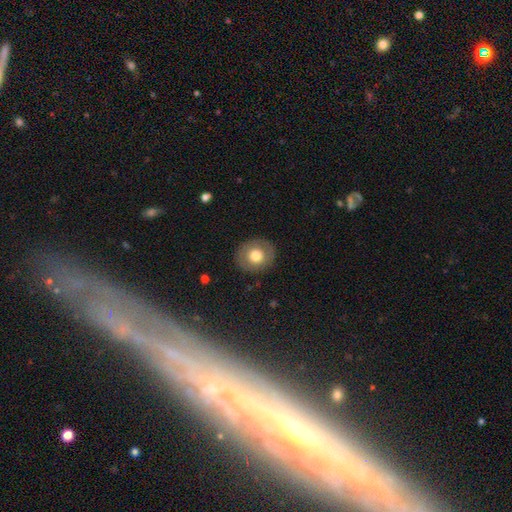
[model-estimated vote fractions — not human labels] smooth 71%, featured or disk 21%, star or artifact 8%. Down the decision tree: how rounded — round (81%); merging — none (88%).